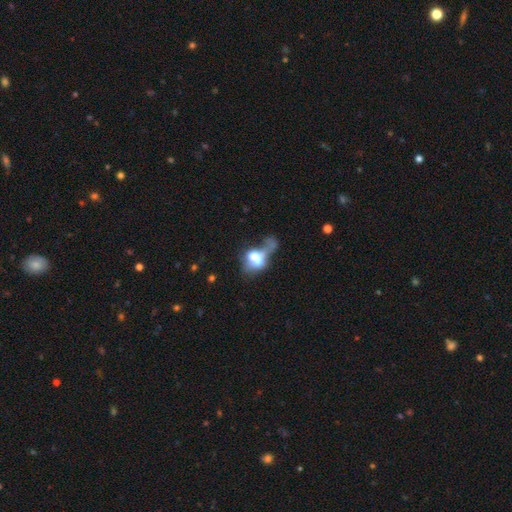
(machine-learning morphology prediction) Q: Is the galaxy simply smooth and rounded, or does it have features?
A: smooth — 50%.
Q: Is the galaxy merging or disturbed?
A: major disturbance — 44%.